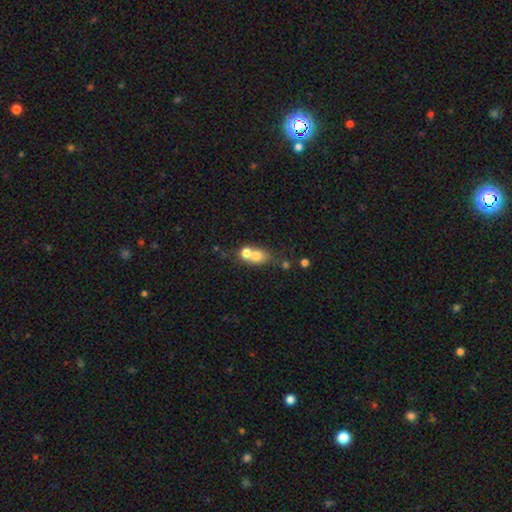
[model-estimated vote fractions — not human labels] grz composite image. It shows a smooth galaxy with no disk features (70%) that is round (56%). Merging: merger (59%).